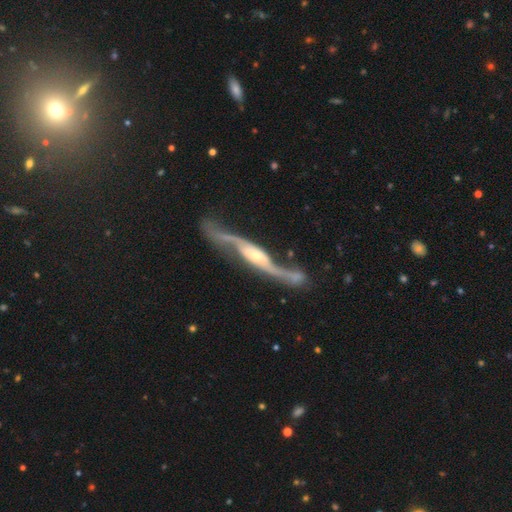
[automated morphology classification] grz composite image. It shows a featured or disk galaxy (89%) viewed edge-on (53%). Merging: none (64%).